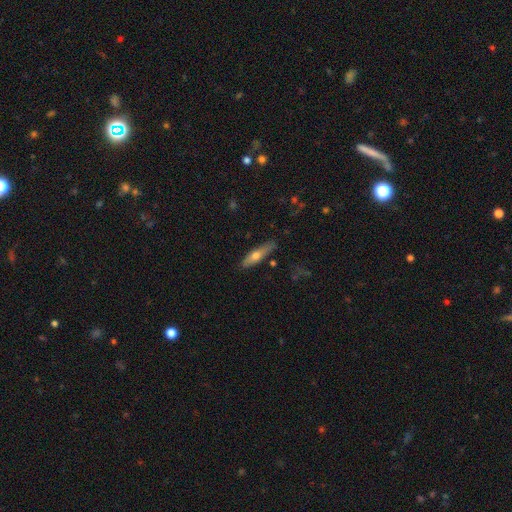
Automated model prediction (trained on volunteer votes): This is possibly a smooth galaxy (52%). How rounded: likely cigar-shaped (73%). Merging: clearly none (84%).